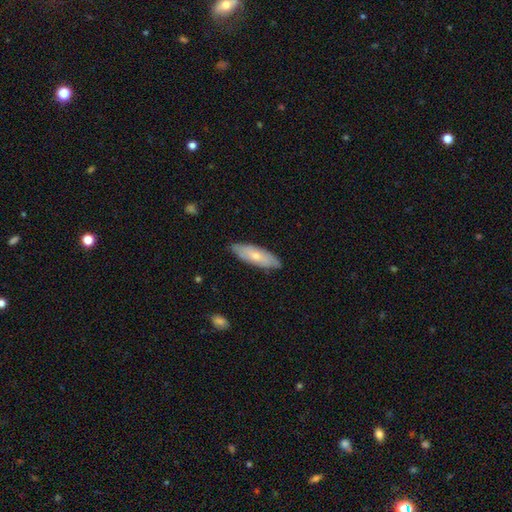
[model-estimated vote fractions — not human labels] Smooth or featured? Predicted: smooth (p=0.56). How rounded? Predicted: in between (p=0.56). Merging? Predicted: none (p=0.84).